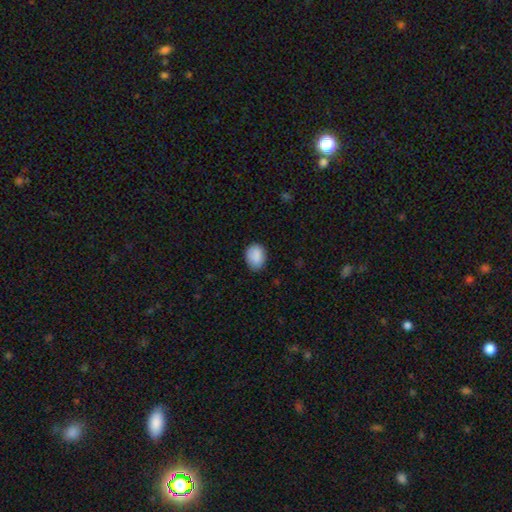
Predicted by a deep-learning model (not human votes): A smooth galaxy with no disk features (89%) that is in between round and cigar-shaped (68%). Merging: none (77%).